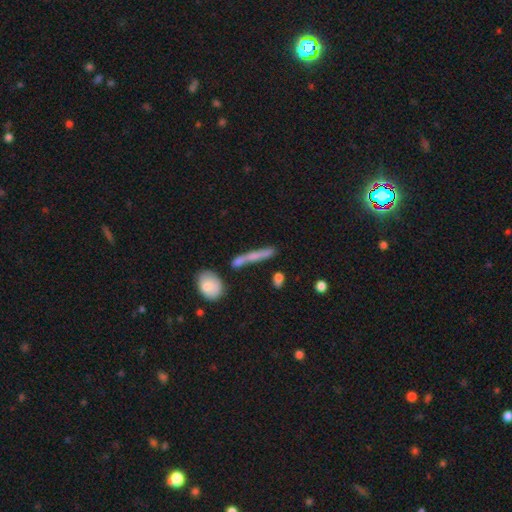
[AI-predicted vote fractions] The model was most divided on "smooth or featured": smooth: 57%, featured or disk: 34%, star or artifact: 9%. More confident: how rounded — cigar-shaped (87%); merging — none (58%).